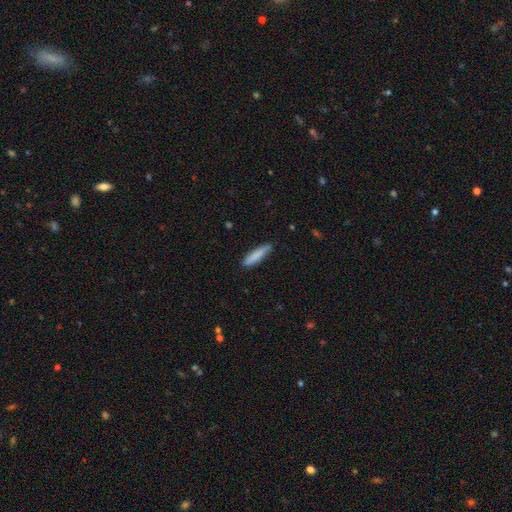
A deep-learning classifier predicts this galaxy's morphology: smooth_or_featured: smooth (p=0.83) [alt: featured or disk p=0.11]
how_rounded: cigar-shaped (p=0.84) [alt: in between p=0.14]
merging: none (p=0.82) [alt: minor disturbance p=0.14]